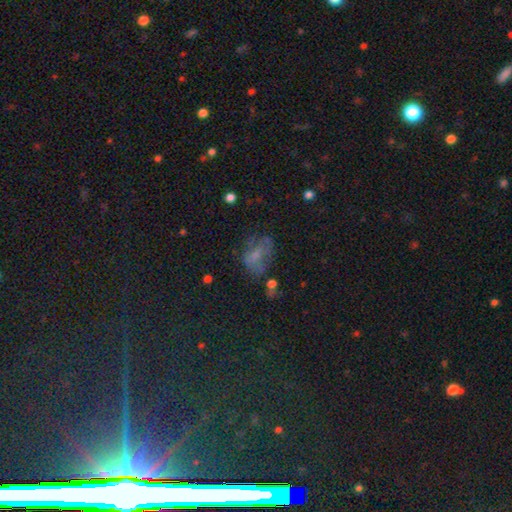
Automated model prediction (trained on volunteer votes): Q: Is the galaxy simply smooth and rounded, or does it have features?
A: smooth — 42%.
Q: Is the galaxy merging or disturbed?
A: none — 41%.